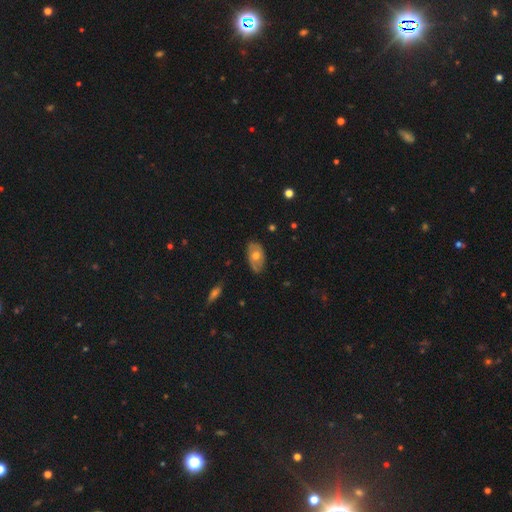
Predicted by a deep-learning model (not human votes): smooth_or_featured: smooth (p=0.50) [alt: featured or disk p=0.43]
merging: none (p=0.74) [alt: minor disturbance p=0.21]